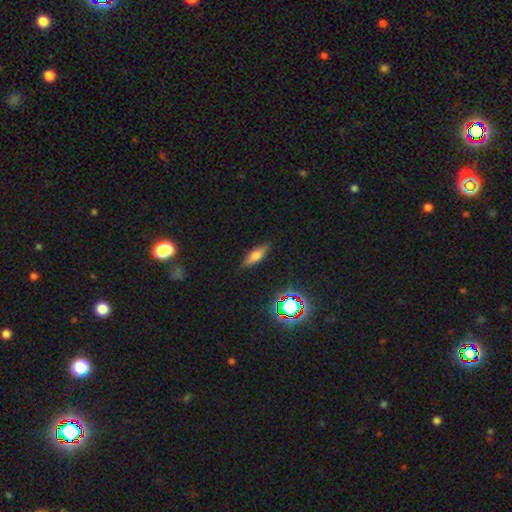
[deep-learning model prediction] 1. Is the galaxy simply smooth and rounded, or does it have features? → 52% smooth, 36% featured or disk, 12% star or artifact.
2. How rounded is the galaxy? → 52% cigar-shaped, 44% in between, 4% round.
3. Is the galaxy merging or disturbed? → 86% none, 10% minor disturbance, 2% major disturbance, 1% merger.